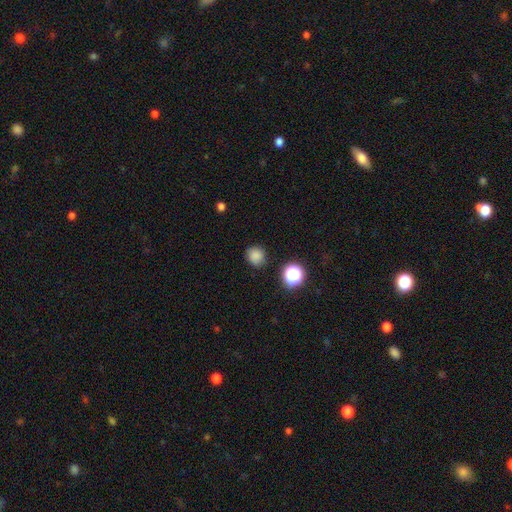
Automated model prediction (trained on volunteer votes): The model was most divided on "smooth or featured": smooth: 81%, star or artifact: 14%, featured or disk: 5%. More confident: how rounded — round (89%); merging — none (84%).